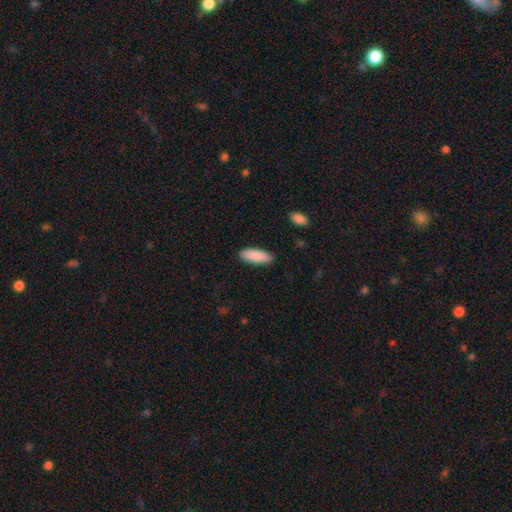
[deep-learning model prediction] This appears to be a smooth galaxy with no disk features (90%) that is in between round and cigar-shaped (69%). Merging: none (89%).